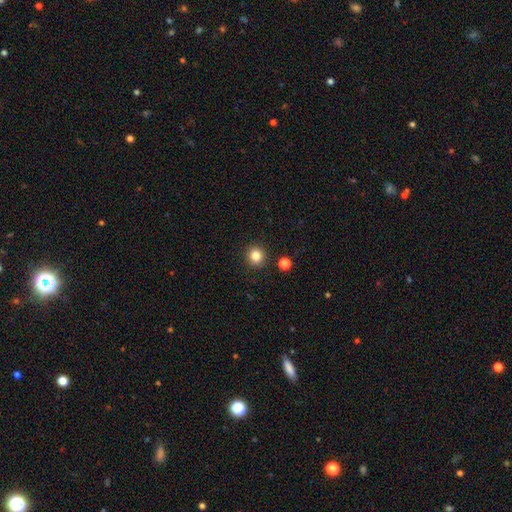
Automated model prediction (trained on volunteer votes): This is clearly a smooth galaxy (83%). How rounded: clearly round (91%). Merging: clearly none (90%).